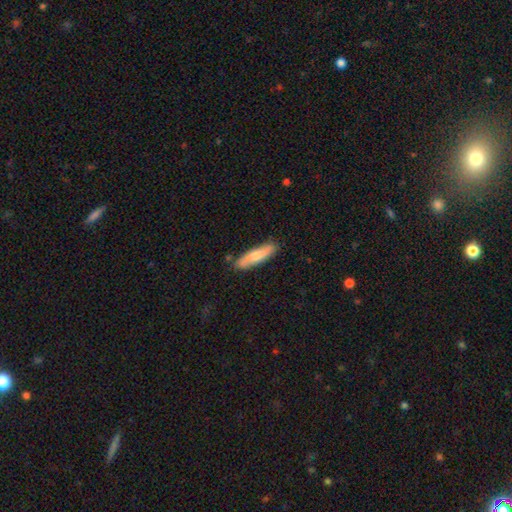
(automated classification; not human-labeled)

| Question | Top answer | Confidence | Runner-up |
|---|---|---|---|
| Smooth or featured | smooth | 67% | featured or disk (28%) |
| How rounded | cigar-shaped | 73% | in between (26%) |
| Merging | none | 82% | minor disturbance (13%) |